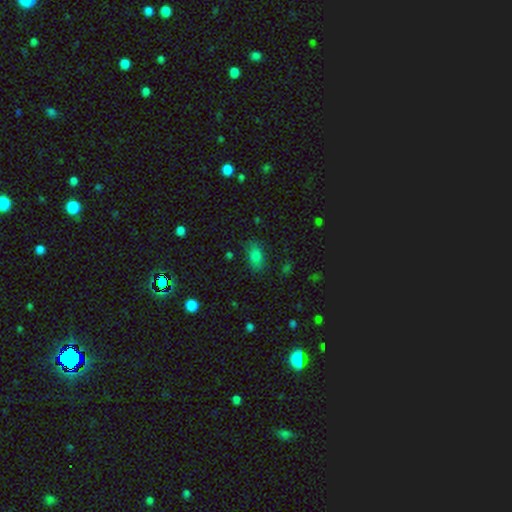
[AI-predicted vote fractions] This appears to be a smooth galaxy with no disk features (80%) that is in between round and cigar-shaped (89%). Merging: none (79%).